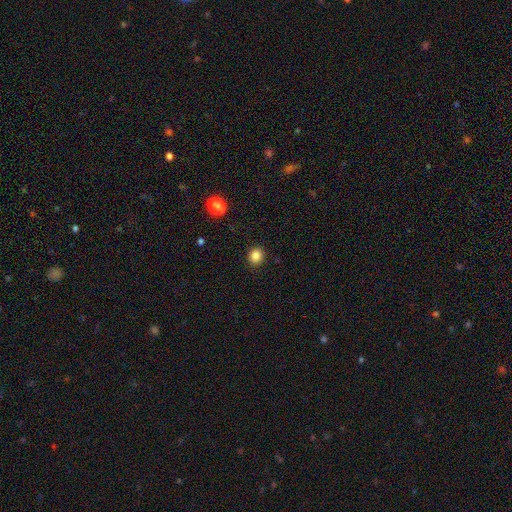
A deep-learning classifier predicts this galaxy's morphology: A smooth galaxy with no disk features (84%) that is round (77%). Merging: none (91%).